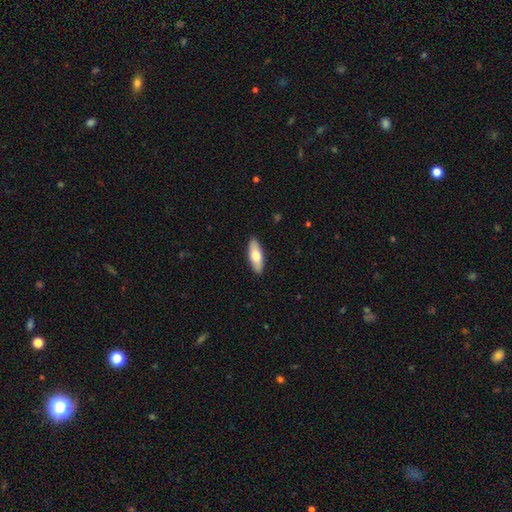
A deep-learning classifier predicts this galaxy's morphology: Overall: smooth (71%). How rounded: in between (66%; cigar-shaped 32%). Merging: none (89%).